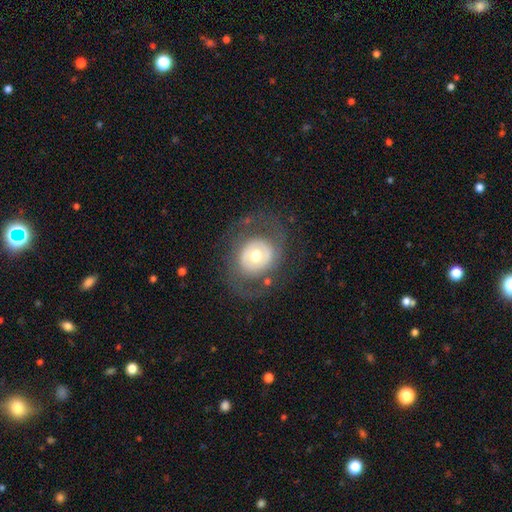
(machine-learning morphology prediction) smooth_or_featured: featured or disk (p=0.58) [alt: smooth p=0.36]
disk_edge_on: no (p=0.95) [alt: yes p=0.05]
bar: no (p=0.81) [alt: weak p=0.14]
has_spiral_arms: no (p=0.76) [alt: yes p=0.24]
bulge_size: moderate (p=0.72) [alt: large p=0.16]
merging: none (p=0.71) [alt: major disturbance p=0.14]